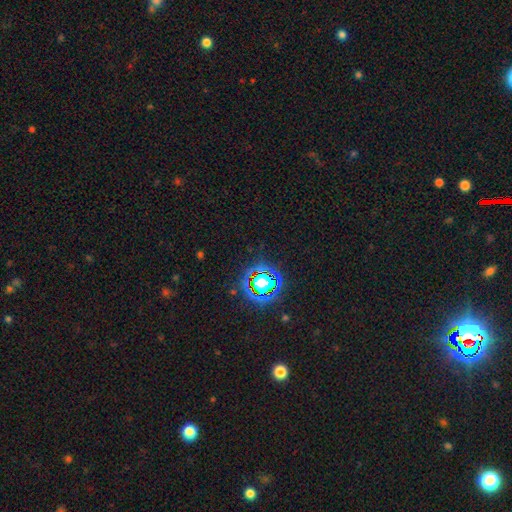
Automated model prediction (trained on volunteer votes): smooth_or_featured: star or artifact (p=0.83) [alt: smooth p=0.10]